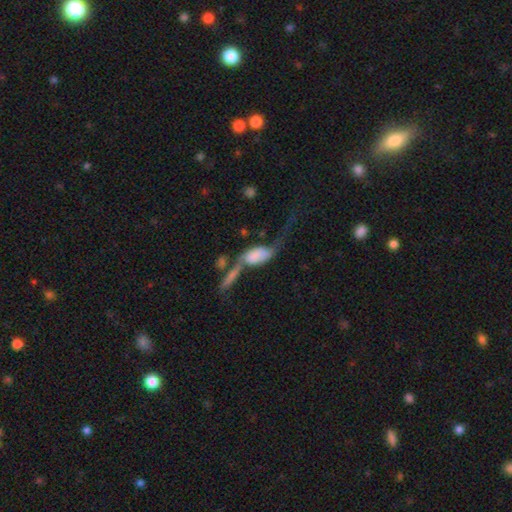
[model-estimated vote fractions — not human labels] Smooth or featured? smooth (57%)
How rounded? in between (85%)
Merging? merger (46%)